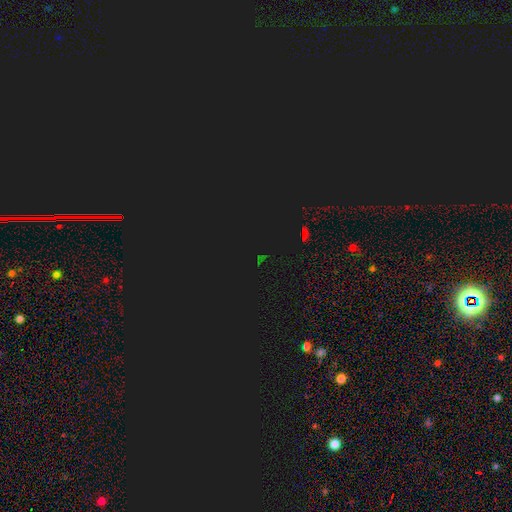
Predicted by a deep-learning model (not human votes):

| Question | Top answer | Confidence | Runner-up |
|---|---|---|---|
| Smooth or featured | star or artifact | 82% | smooth (12%) |